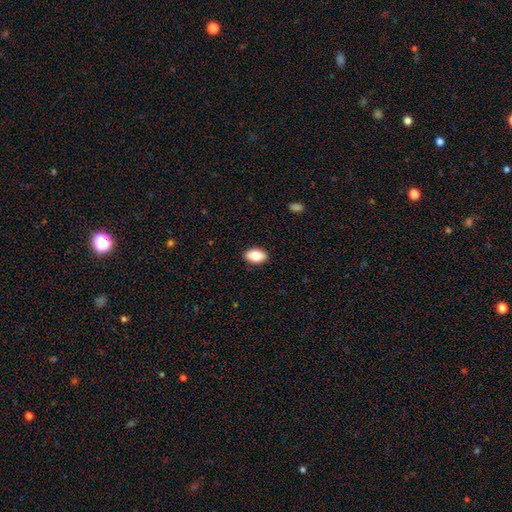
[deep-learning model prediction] Morphology: type=smooth (83%); roundness=in between (92%); merging=none (90%).